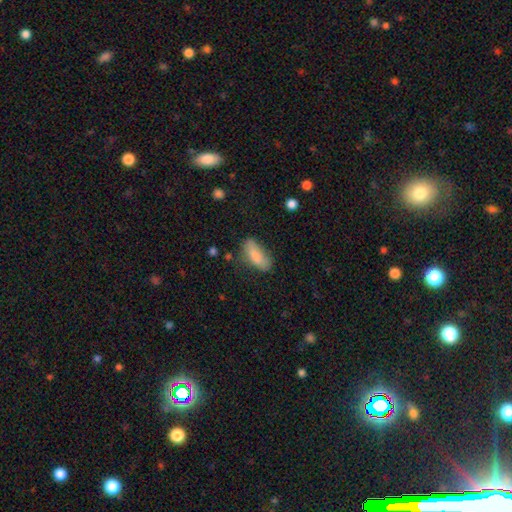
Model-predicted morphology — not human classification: A smooth galaxy with no disk features (82%) that is in between round and cigar-shaped (79%). Merging: none (61%).